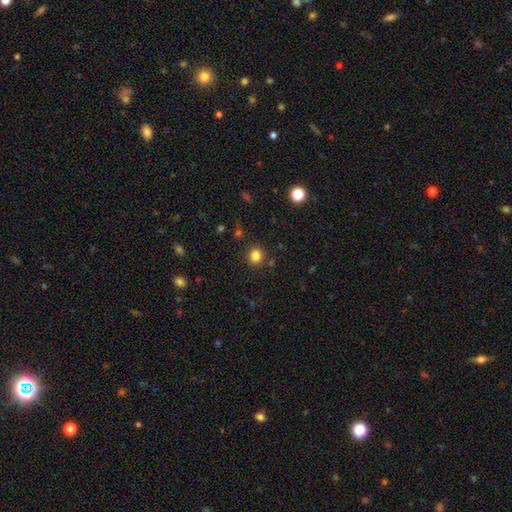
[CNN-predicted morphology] Smooth or featured?
  - smooth: 83% *
  - star or artifact: 12%
  - featured or disk: 5%
How rounded?
  - round: 74% *
  - in between: 25%
  - cigar-shaped: 1%
Merging?
  - none: 86% *
  - minor disturbance: 9%
  - merger: 3%
  - major disturbance: 3%